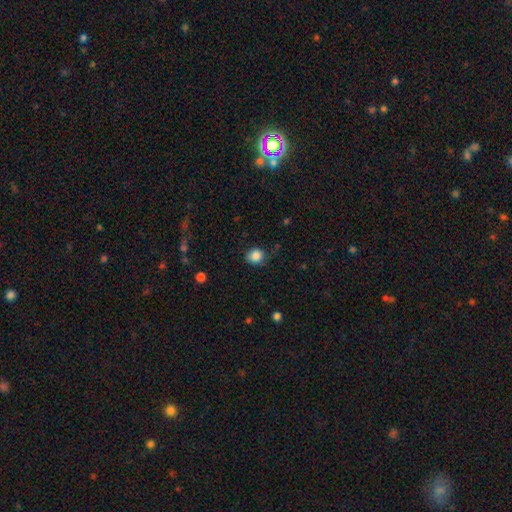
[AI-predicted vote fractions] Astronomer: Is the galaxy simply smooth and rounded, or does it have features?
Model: smooth — 86%.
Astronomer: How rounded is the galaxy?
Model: round — 77%.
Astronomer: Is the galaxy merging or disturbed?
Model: none — 73%.